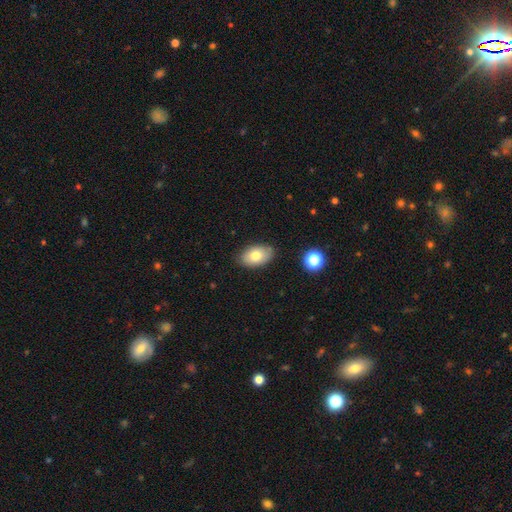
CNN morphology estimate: This appears to be a smooth galaxy with no disk features (78%) that is in between round and cigar-shaped (90%). Merging: none (82%).